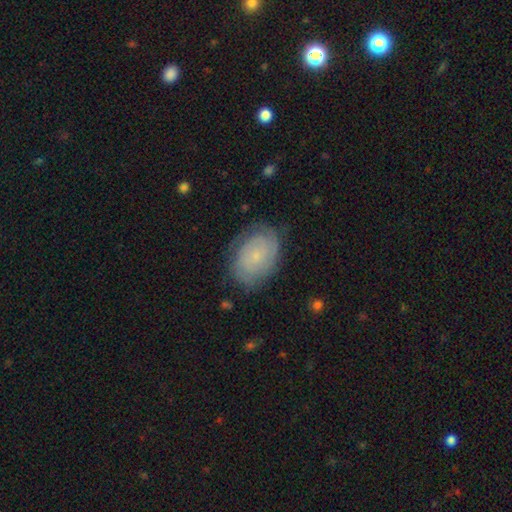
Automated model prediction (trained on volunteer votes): A featured or disk galaxy (60%) with no bar (76%), tight (72%) spiral arms (87%) and a small central bulge (77%).

Vote fractions:
- Smooth or featured? featured or disk: 60% / smooth: 31% / star or artifact: 8%
- Edge-on disk? no: 97% / yes: 3%
- Bar? no: 76% / weak: 20% / strong: 3%
- Spiral arms? yes: 87% / no: 13%
- Spiral winding? tight: 72% / medium: 22% / loose: 7%
- Spiral arm count? can't tell: 43% / 2: 36% / 3: 9% / 1: 5% / 4: 4% / more than 4: 3%
- Bulge size? small: 77% / moderate: 13% / none: 8% / large: 1% / dominant: 1%
- Merging? none: 74% / minor disturbance: 18% / major disturbance: 6% / merger: 1%